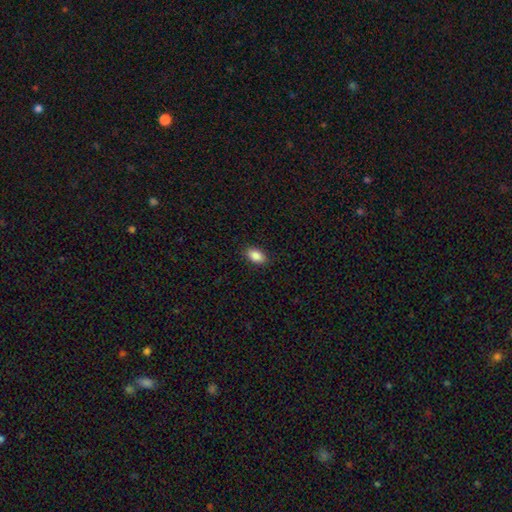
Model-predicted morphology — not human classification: Smooth or featured? smooth (88%)
How rounded? in between (92%)
Merging? none (89%)